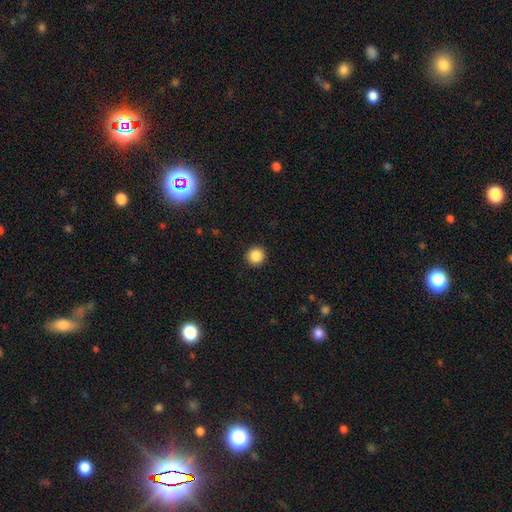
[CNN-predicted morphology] The model was most divided on "smooth or featured": smooth: 87%, star or artifact: 10%, featured or disk: 3%. More confident: how rounded — round (95%); merging — none (93%).